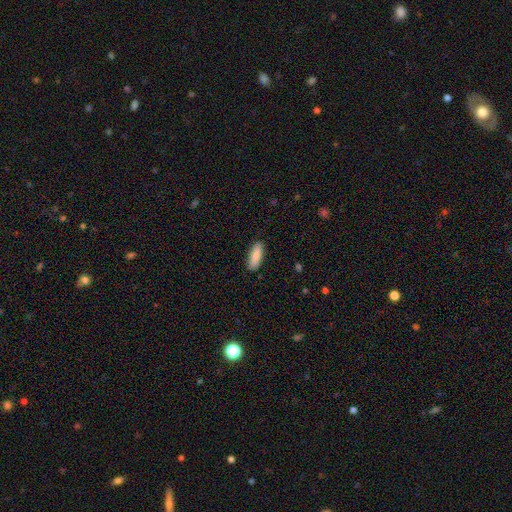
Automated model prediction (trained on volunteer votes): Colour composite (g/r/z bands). It shows a smooth galaxy with no disk features (82%) that is in between round and cigar-shaped (59%). Merging: none (88%).